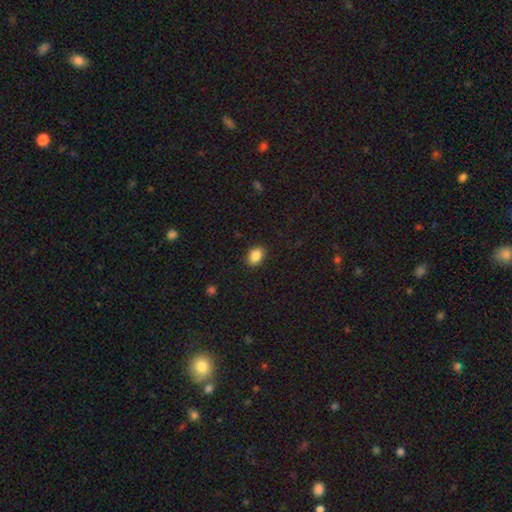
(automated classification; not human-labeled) A smooth galaxy with no disk features (87%) that is in between round and cigar-shaped (80%). Merging: none (88%).